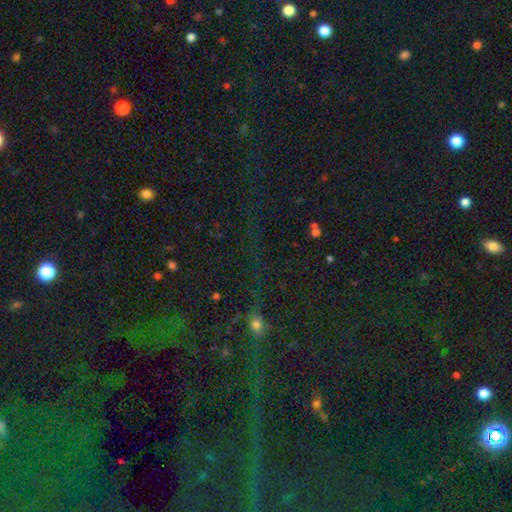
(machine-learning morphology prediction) smooth-or-featured: star or artifact: 78% | smooth: 13% | featured or disk: 9%